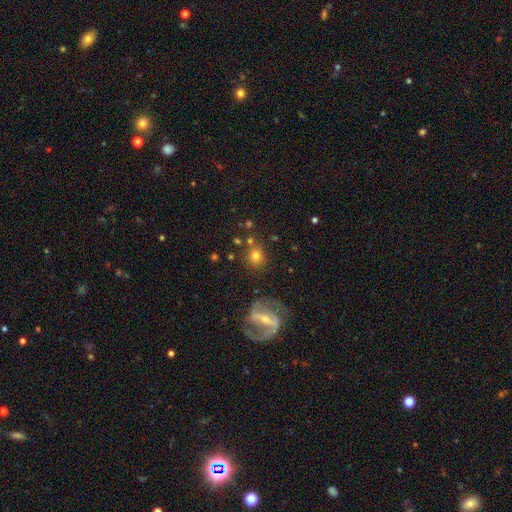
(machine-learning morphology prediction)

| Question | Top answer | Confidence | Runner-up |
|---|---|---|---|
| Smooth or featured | smooth | 67% | featured or disk (20%) |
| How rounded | round | 80% | in between (18%) |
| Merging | none | 75% | minor disturbance (12%) |